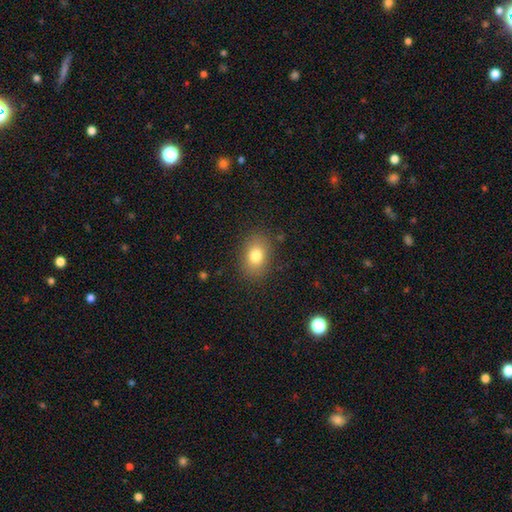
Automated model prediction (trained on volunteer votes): smooth-or-featured: smooth: 79% | featured or disk: 11% | star or artifact: 10%
  how-rounded: in between: 75% | round: 23% | cigar-shaped: 1%
  merging: none: 84% | minor disturbance: 11% | major disturbance: 4% | merger: 1%